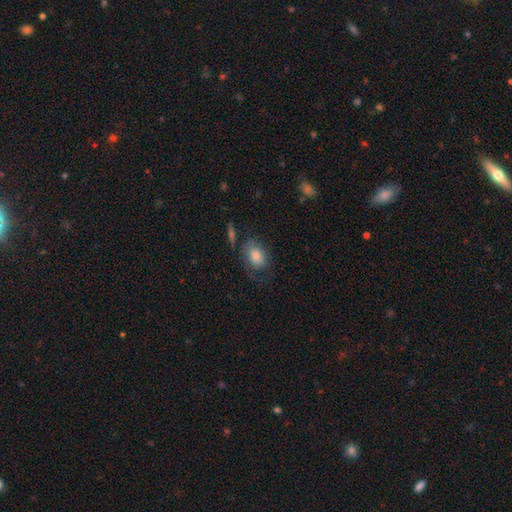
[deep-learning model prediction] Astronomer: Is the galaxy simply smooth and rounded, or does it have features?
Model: smooth — 70%.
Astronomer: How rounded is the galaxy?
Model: in between — 71%.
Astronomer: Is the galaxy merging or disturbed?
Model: none — 55%.